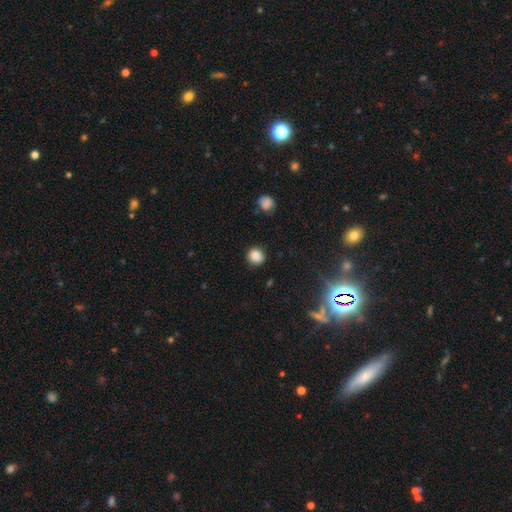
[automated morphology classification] Smooth or featured? Predicted: smooth (p=0.85). How rounded? Predicted: round (p=0.87). Merging? Predicted: none (p=0.86).